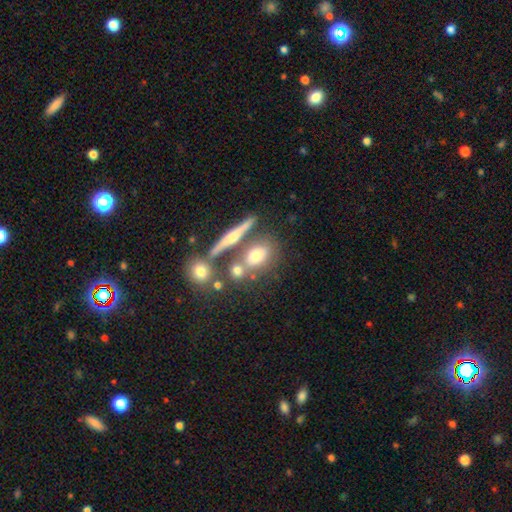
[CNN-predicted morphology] The model was most divided on "how rounded": in between: 50%, round: 33%, cigar-shaped: 17%. More confident: smooth or featured — smooth (56%); merging — none (56%).